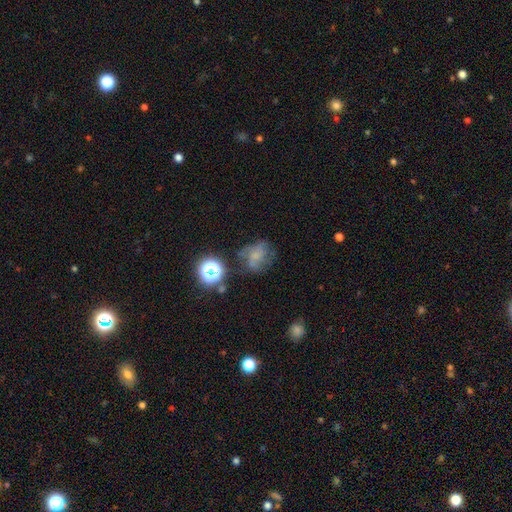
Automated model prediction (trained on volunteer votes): This is marginally a smooth galaxy (41%). Merging: possibly none (48%).